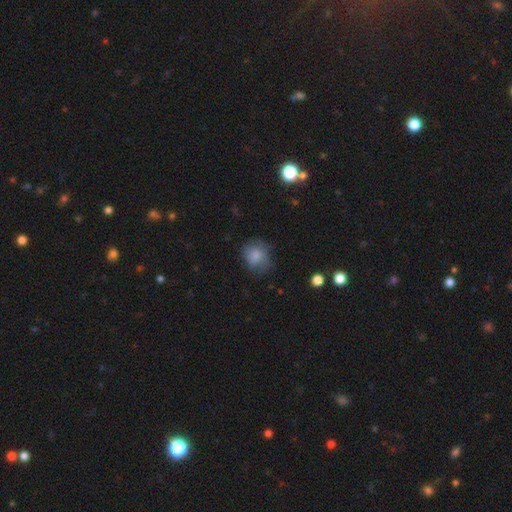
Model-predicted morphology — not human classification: This appears to be a smooth galaxy with no disk features (76%) that is round (68%). Merging: none (53%).